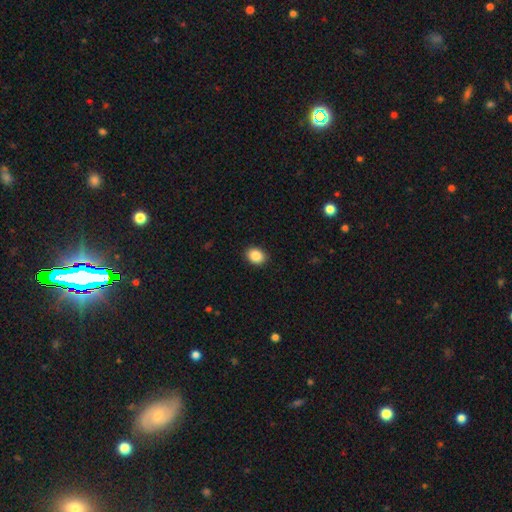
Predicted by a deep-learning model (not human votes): smooth_or_featured: smooth (p=0.88) [alt: star or artifact p=0.08]
how_rounded: in between (p=0.54) [alt: round p=0.45]
merging: none (p=0.90) [alt: minor disturbance p=0.08]